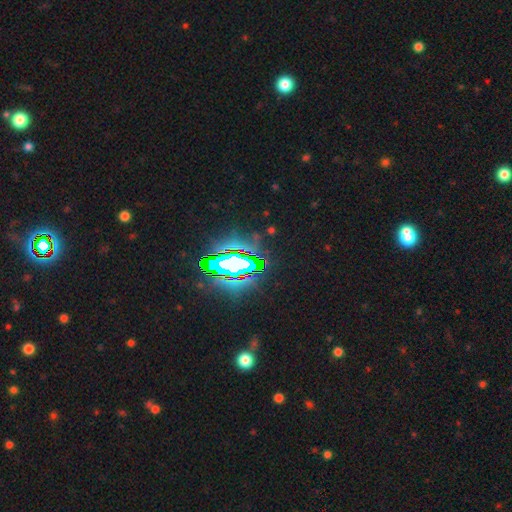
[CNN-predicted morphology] smooth-or-featured: star or artifact: 80% | featured or disk: 10% | smooth: 10%